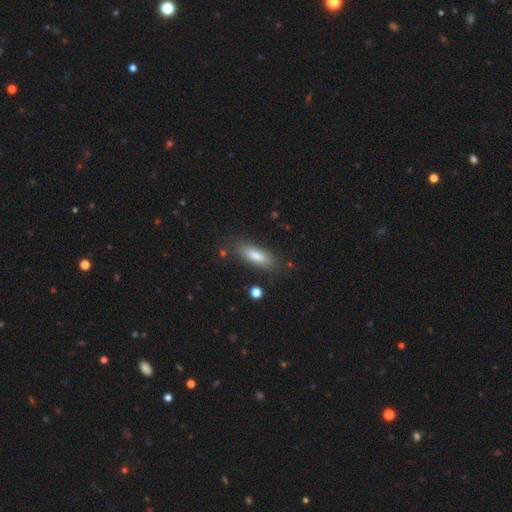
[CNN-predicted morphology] type=smooth (77%); roundness=in between (58%); merging=none (82%).